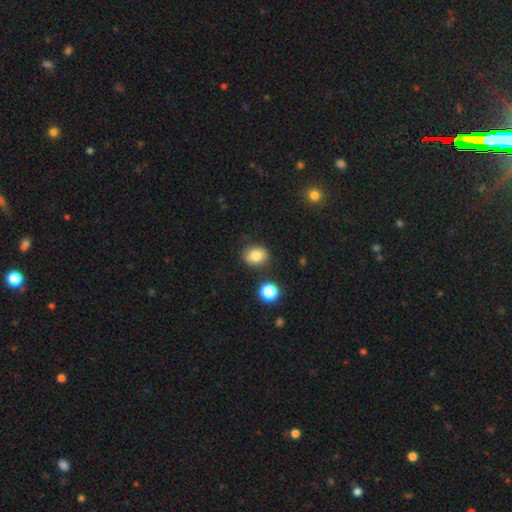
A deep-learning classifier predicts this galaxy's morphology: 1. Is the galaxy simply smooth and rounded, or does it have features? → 82% smooth, 11% star or artifact, 7% featured or disk.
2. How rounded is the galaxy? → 57% round, 42% in between, 1% cigar-shaped.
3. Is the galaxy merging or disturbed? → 82% none, 11% minor disturbance, 4% merger, 3% major disturbance.